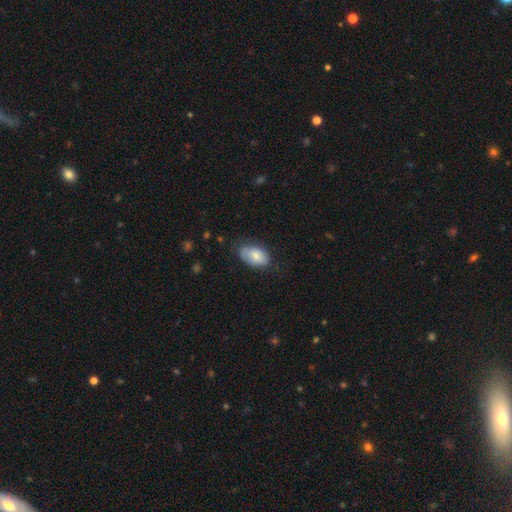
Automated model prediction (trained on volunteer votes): Overall: smooth (78%). How rounded: in between (92%). Merging: none (66%; minor disturbance 27%).